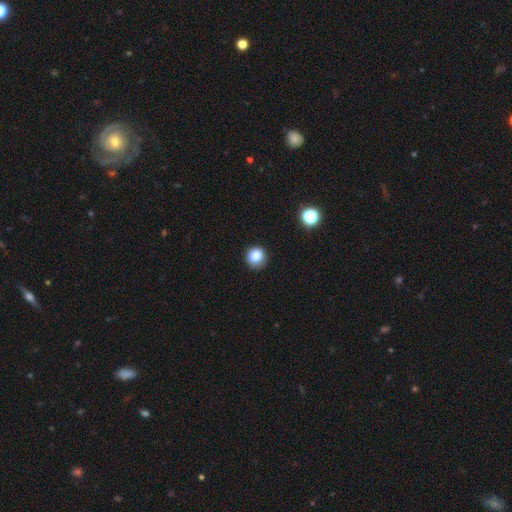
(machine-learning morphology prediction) Q: Smooth or featured?
A: smooth (85%); runner-up: star or artifact (11%)
Q: How rounded?
A: round (88%); runner-up: in between (11%)
Q: Merging?
A: none (84%); runner-up: minor disturbance (12%)